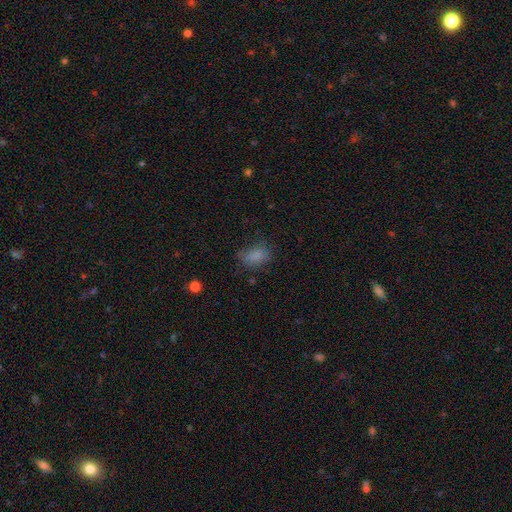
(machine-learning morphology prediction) Overall: smooth (81%). How rounded: in between (83%). Merging: none (65%).